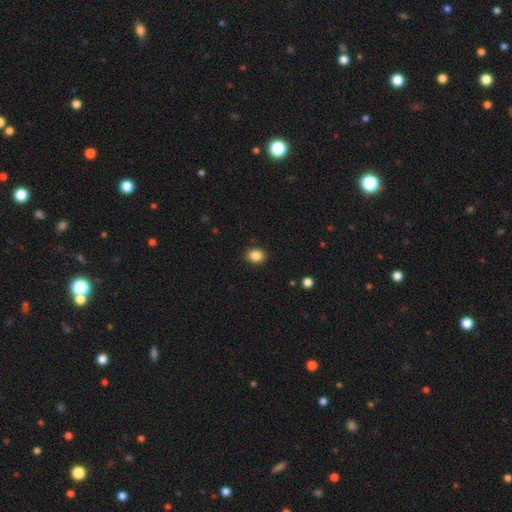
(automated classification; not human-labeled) This appears to be a smooth galaxy with no disk features (87%) that is in between round and cigar-shaped (54%). Merging: none (90%).